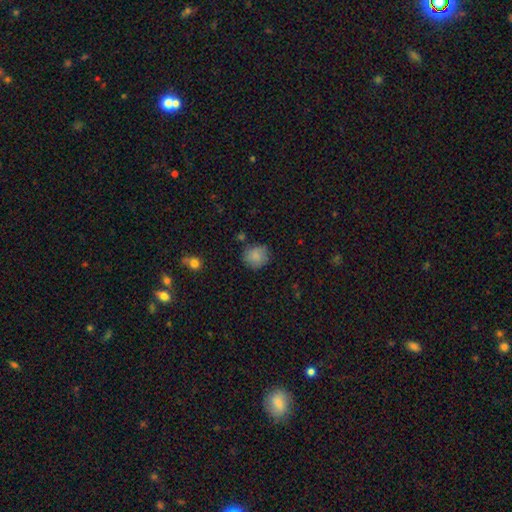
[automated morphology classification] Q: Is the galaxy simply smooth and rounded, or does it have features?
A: smooth — 84%.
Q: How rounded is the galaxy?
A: round — 85%.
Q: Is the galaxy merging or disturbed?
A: none — 77%.